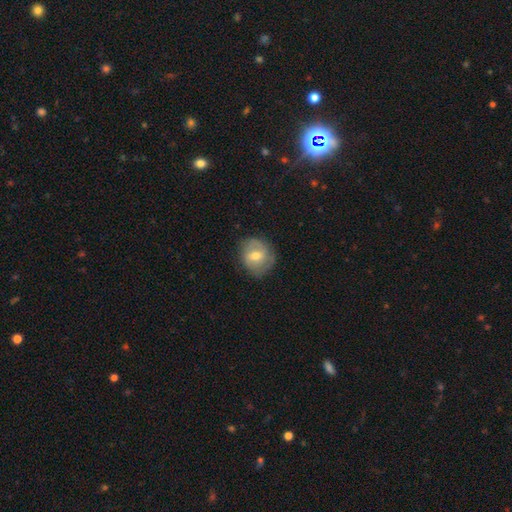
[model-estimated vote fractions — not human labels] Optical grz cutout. It shows a featured or disk galaxy (48%). Merging: none (74%).